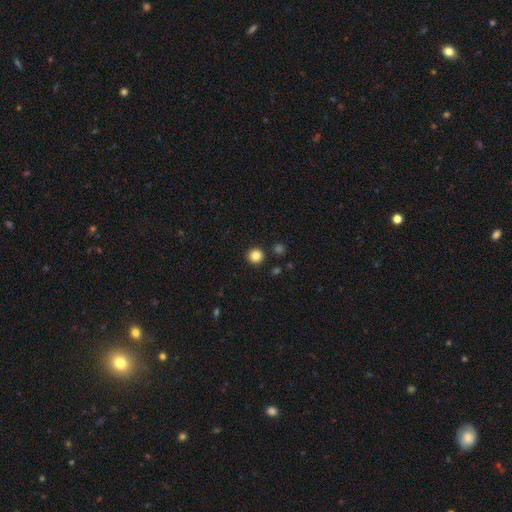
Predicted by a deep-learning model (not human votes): Smooth or featured: smooth — 85% (star or artifact — 11%)
How rounded: round — 95% (in between — 5%)
Merging: none — 92% (minor disturbance — 4%)